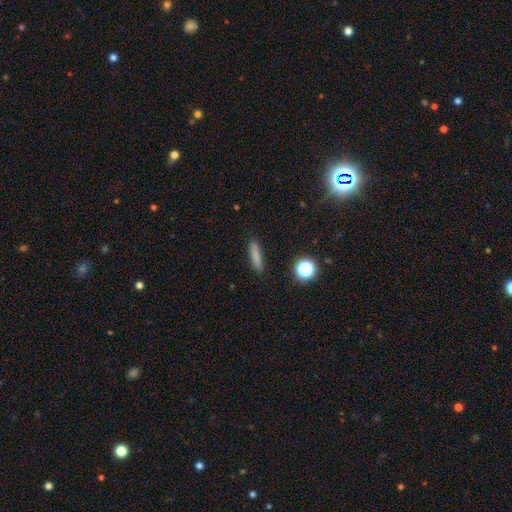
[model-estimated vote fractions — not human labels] A smooth galaxy with no disk features (80%) that is cigar-shaped (83%). Merging: none (88%).